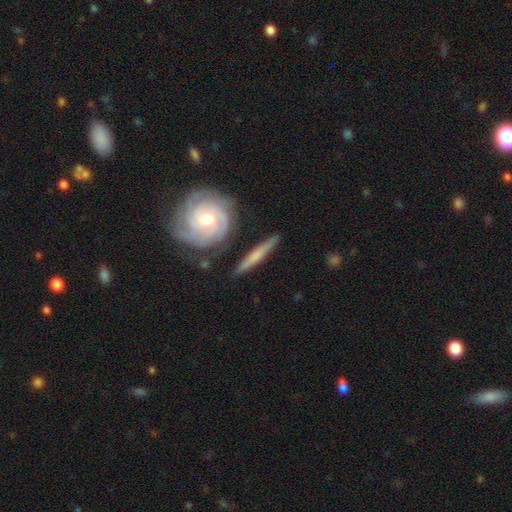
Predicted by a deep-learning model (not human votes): smooth_or_featured: featured or disk (p=0.57) [alt: smooth p=0.38]
disk_edge_on: yes (p=0.68) [alt: no p=0.32]
merging: none (p=0.81) [alt: minor disturbance p=0.12]